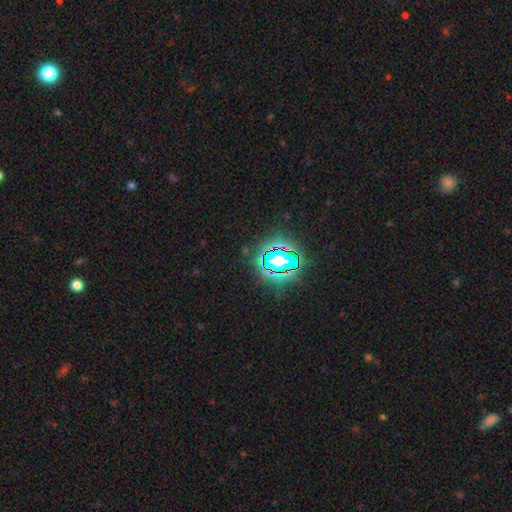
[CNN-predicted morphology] The model was most divided on "smooth or featured": star or artifact: 80%, smooth: 13%, featured or disk: 8%.